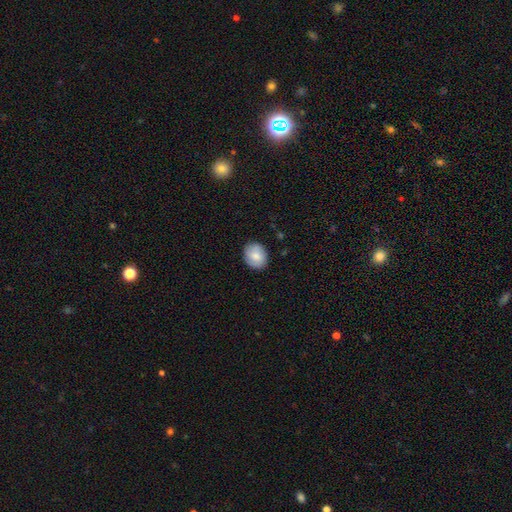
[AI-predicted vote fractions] The model was most divided on "how rounded": in between: 51%, round: 48%, cigar-shaped: 1%. More confident: merging — none (85%); smooth or featured — smooth (78%).